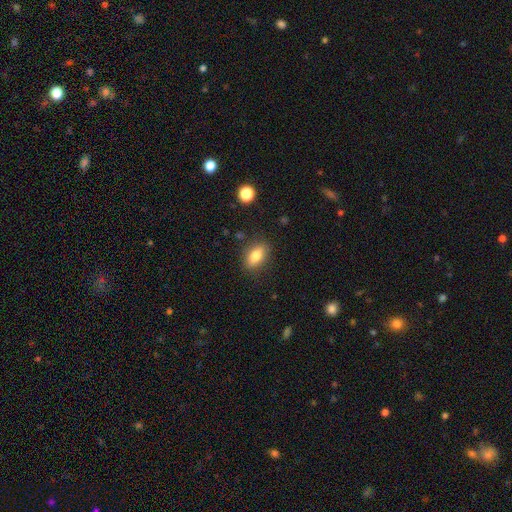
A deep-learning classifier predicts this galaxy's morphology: type=smooth (80%); roundness=in between (82%); merging=none (85%).